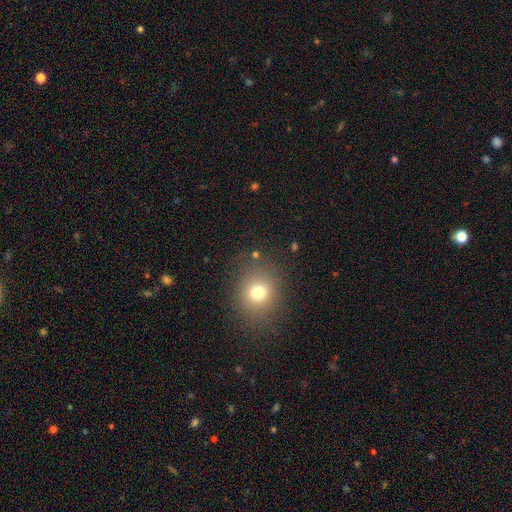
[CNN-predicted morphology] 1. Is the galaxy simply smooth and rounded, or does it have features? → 70% smooth, 20% star or artifact, 10% featured or disk.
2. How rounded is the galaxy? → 71% round, 28% in between, 1% cigar-shaped.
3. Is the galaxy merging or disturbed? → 84% none, 10% minor disturbance, 4% major disturbance, 2% merger.